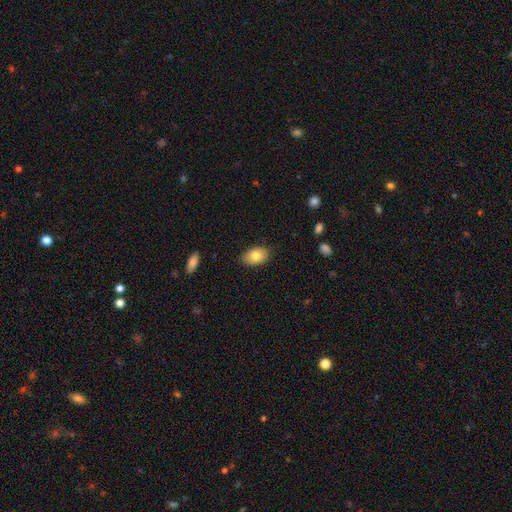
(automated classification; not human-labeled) This is likely a smooth galaxy (79%). How rounded: clearly in between (90%). Merging: clearly none (86%).